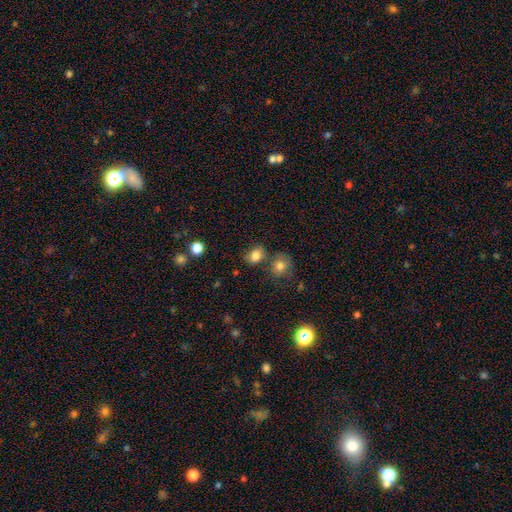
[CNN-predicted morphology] Smooth or featured? Predicted: smooth (p=0.82). How rounded? Predicted: in between (p=0.57). Merging? Predicted: none (p=0.66).